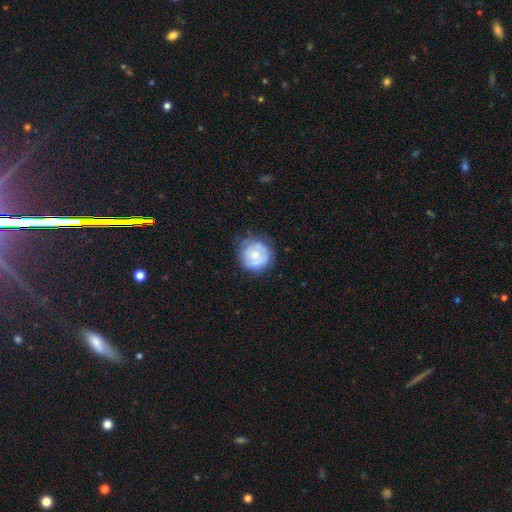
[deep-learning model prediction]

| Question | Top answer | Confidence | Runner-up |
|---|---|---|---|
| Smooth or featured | smooth | 50% | featured or disk (43%) |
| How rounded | round | 90% | in between (9%) |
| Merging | none | 68% | minor disturbance (23%) |